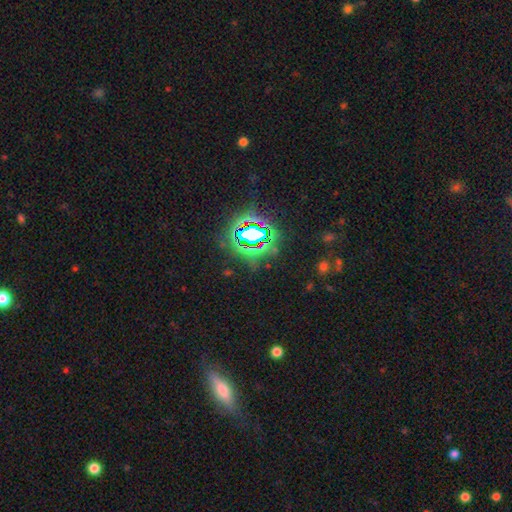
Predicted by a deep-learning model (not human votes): Overall: star or artifact (72%).